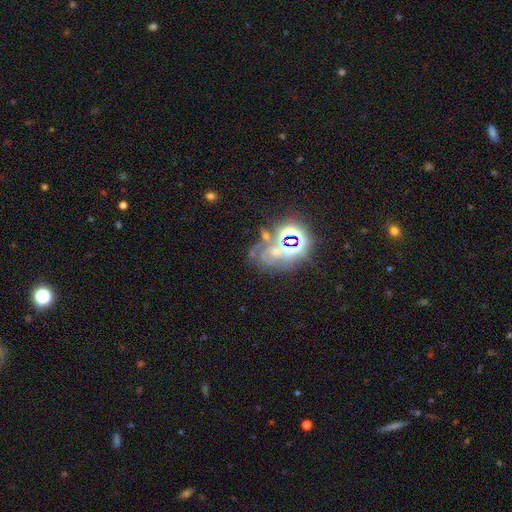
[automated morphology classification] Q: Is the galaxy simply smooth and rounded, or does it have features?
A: star or artifact — 56%.